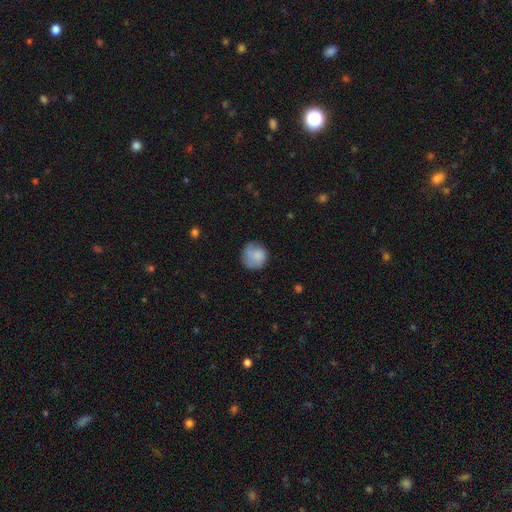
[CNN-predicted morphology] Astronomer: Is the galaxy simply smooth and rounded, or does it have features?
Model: smooth — 71%.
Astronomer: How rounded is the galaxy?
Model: round — 87%.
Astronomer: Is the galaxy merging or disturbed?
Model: none — 62%.